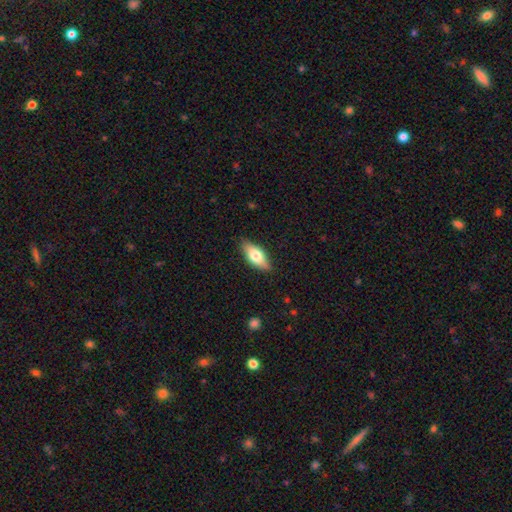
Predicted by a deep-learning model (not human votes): smooth 68%, featured or disk 26%, star or artifact 6%. Down the decision tree: how rounded — in between (79%); merging — none (86%).